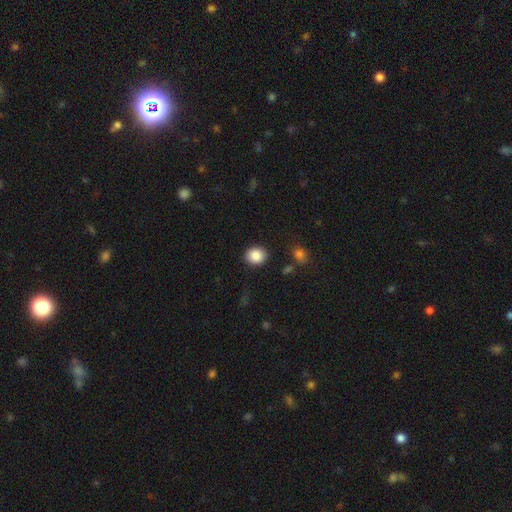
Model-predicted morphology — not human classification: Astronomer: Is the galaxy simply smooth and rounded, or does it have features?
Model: smooth — 87%.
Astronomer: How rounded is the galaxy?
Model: round — 66%.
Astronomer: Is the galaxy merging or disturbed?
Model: none — 88%.